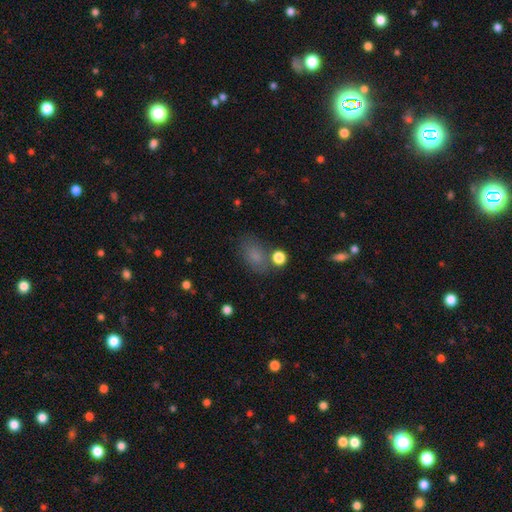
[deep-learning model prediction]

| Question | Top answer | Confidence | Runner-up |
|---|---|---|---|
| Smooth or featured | smooth | 75% | star or artifact (15%) |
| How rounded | in between | 81% | round (17%) |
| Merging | none | 67% | minor disturbance (18%) |